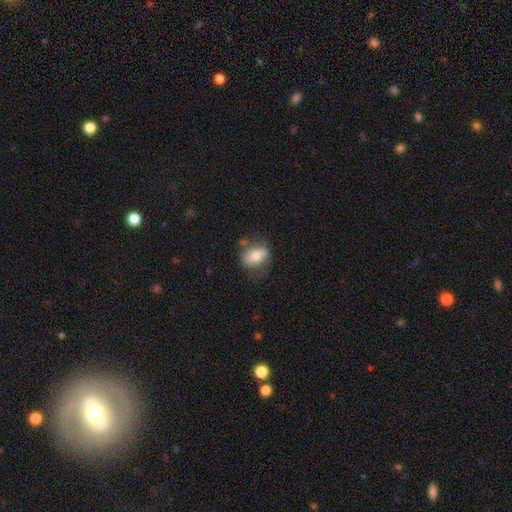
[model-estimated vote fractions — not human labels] smooth_or_featured: smooth (p=0.64) [alt: featured or disk p=0.28]
how_rounded: in between (p=0.76) [alt: round p=0.20]
merging: none (p=0.63) [alt: minor disturbance p=0.23]